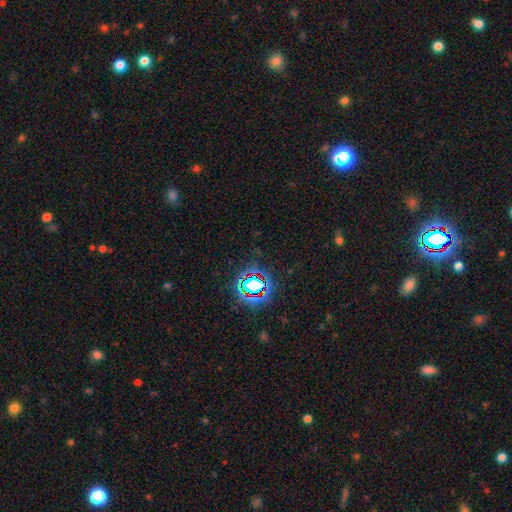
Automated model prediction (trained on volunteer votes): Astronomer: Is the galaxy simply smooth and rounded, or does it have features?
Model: star or artifact — 77%.